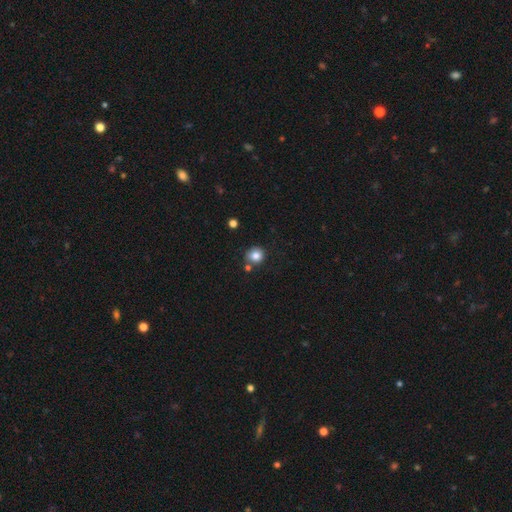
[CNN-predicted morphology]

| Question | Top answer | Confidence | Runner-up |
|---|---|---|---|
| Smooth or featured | smooth | 83% | star or artifact (11%) |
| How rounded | round | 86% | in between (13%) |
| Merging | none | 76% | minor disturbance (11%) |